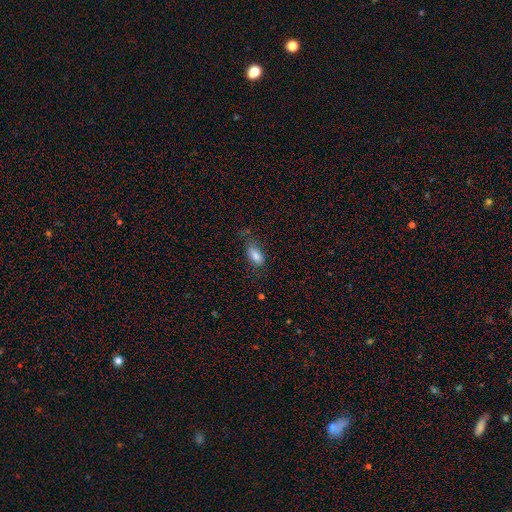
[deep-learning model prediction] This appears to be a smooth galaxy with no disk features (81%) that is in between round and cigar-shaped (87%). Merging: none (52%).